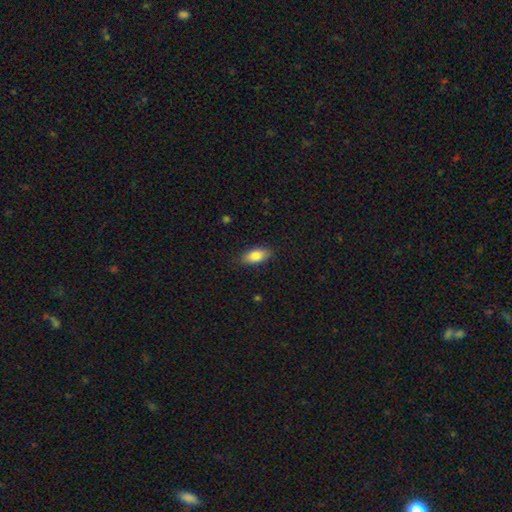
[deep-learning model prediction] Morphology: type=smooth (84%); roundness=in between (88%); merging=none (84%).